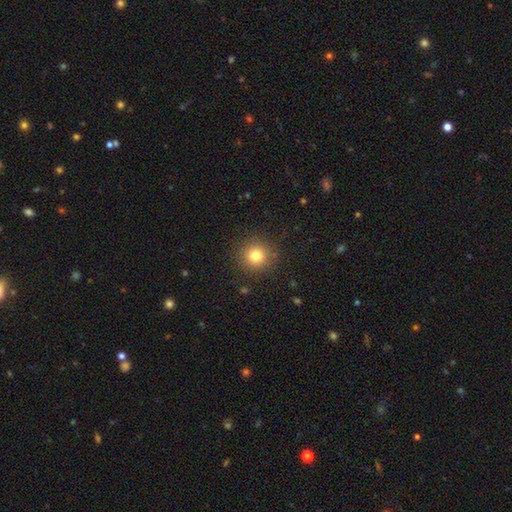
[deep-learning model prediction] The model was most divided on "smooth or featured": smooth: 80%, star or artifact: 13%, featured or disk: 7%. More confident: how rounded — round (94%); merging — none (90%).